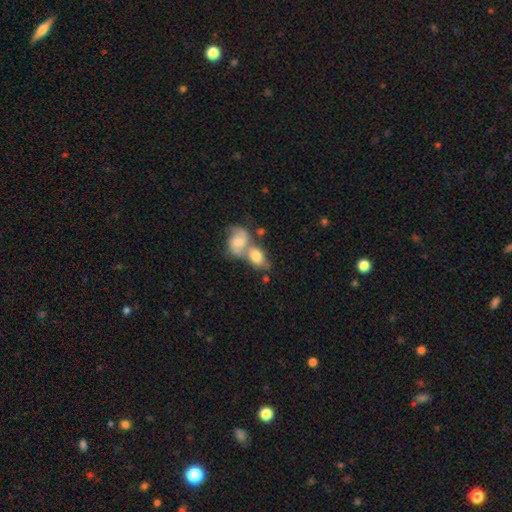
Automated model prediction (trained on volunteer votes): Overall: smooth (63%; featured or disk 29%). How rounded: in between (74%). Merging: merger (63%; none 24%).